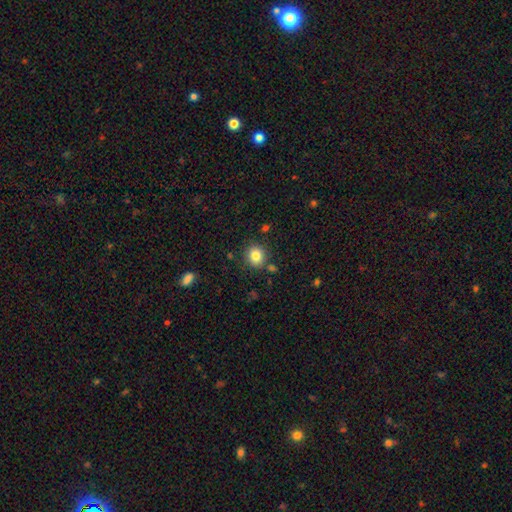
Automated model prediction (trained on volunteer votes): smooth 83%, star or artifact 10%, featured or disk 6%. Down the decision tree: how rounded — round (83%); merging — none (84%).